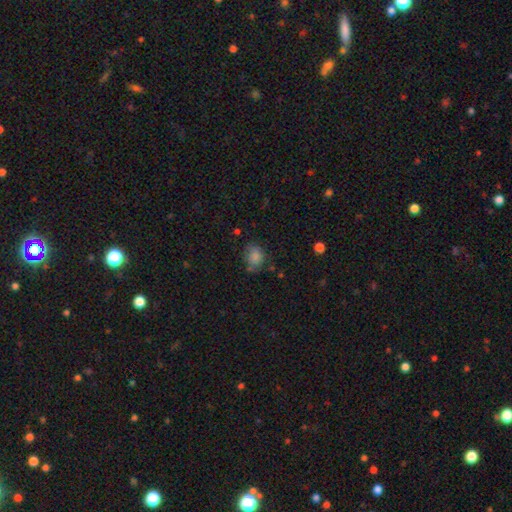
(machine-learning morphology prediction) This is likely a smooth galaxy (77%). How rounded: possibly round (52%). Merging: likely none (68%).